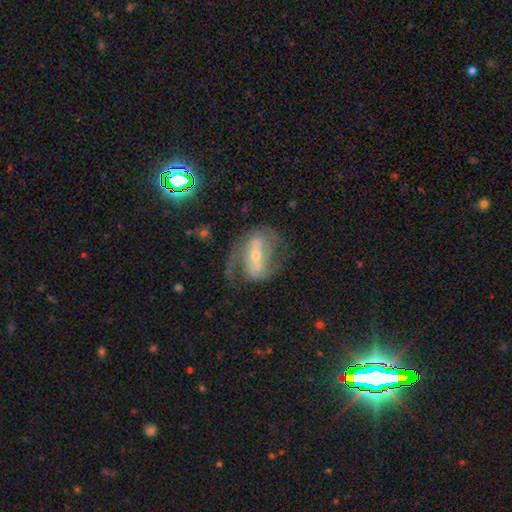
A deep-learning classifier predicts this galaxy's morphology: smooth_or_featured: featured or disk (p=0.82) [alt: smooth p=0.10]
disk_edge_on: no (p=0.95) [alt: yes p=0.05]
bar: strong (p=0.55) [alt: weak p=0.31]
has_spiral_arms: yes (p=0.90) [alt: no p=0.10]
spiral_winding: medium (p=0.50) [alt: loose p=0.27]
spiral_arm_count: 2 (p=0.79) [alt: can't tell p=0.09]
bulge_size: small (p=0.55) [alt: moderate p=0.40]
merging: none (p=0.60) [alt: major disturbance p=0.20]